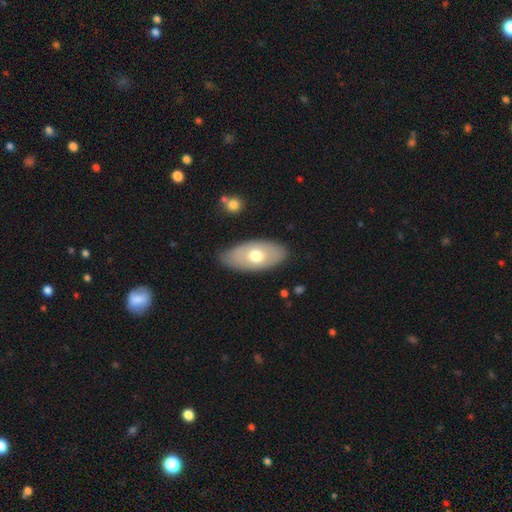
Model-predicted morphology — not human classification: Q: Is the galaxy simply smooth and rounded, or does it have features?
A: smooth — 59%.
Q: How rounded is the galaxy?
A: in between — 92%.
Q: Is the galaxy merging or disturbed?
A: none — 79%.